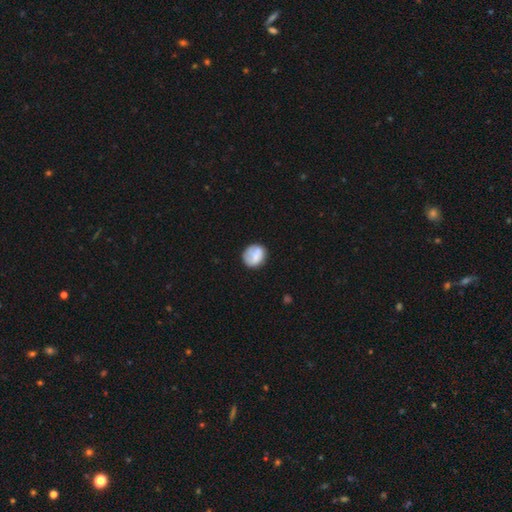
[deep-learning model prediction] Smooth or featured?
  - smooth: 73% *
  - featured or disk: 20%
  - star or artifact: 7%
How rounded?
  - round: 76% *
  - in between: 23%
  - cigar-shaped: 1%
Merging?
  - none: 69% *
  - minor disturbance: 21%
  - major disturbance: 7%
  - merger: 3%